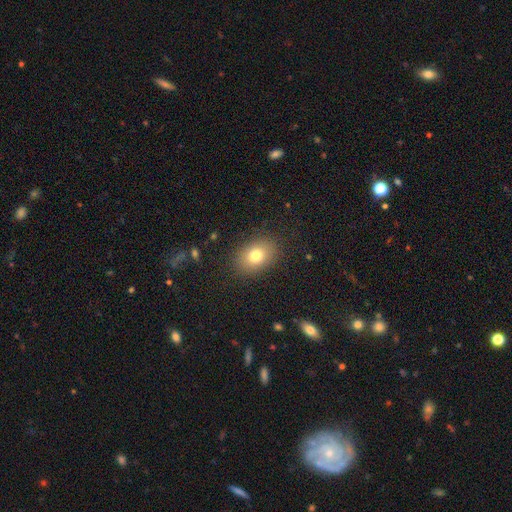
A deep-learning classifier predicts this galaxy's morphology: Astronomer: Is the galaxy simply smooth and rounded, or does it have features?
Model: smooth — 78%.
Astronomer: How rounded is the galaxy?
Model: in between — 71%.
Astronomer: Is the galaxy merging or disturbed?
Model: none — 86%.